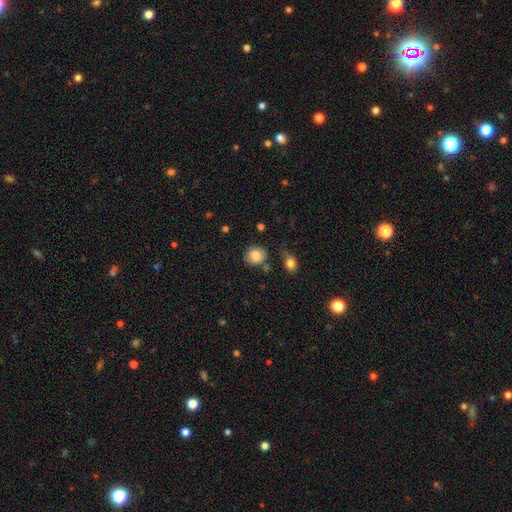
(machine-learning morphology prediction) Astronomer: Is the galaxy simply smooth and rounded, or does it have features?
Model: smooth — 81%.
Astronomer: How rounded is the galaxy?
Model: round — 78%.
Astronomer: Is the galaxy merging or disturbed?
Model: none — 68%.